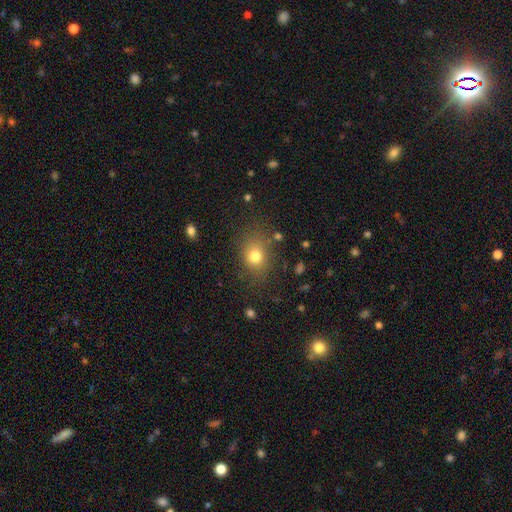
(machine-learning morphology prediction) A smooth galaxy with no disk features (77%) that is round (54%). Merging: none (76%).